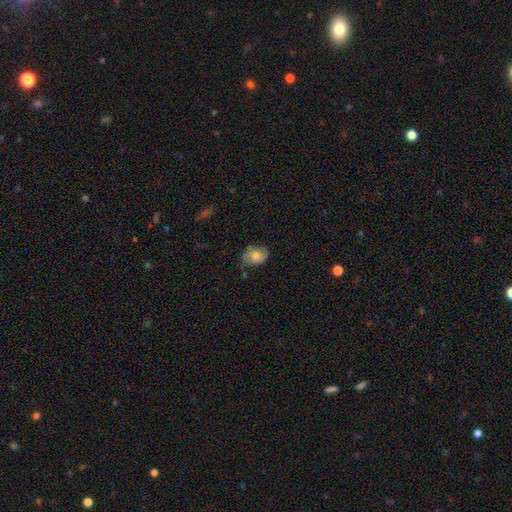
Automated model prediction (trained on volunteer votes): A smooth galaxy with no disk features (68%) that is in between round and cigar-shaped (71%). Merging: none (57%).